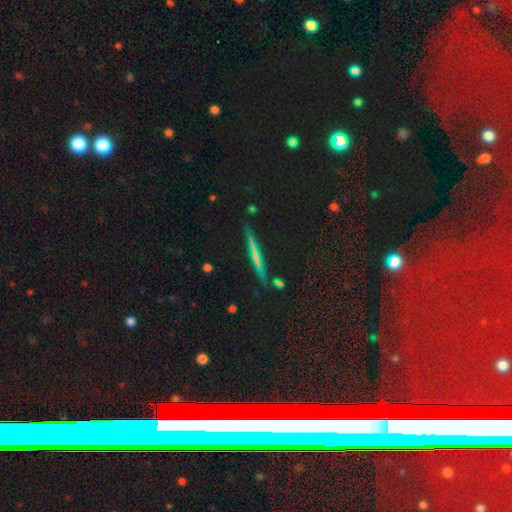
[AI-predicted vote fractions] Smooth or featured? Predicted: featured or disk (p=0.36). Merging? Predicted: none (p=0.84).